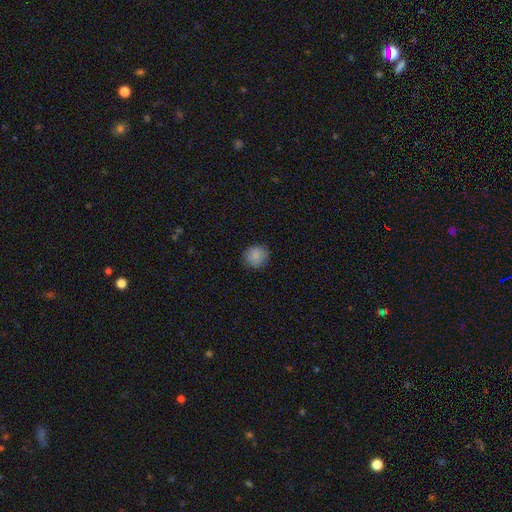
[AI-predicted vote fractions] Smooth or featured? smooth (88%)
How rounded? round (89%)
Merging? none (88%)